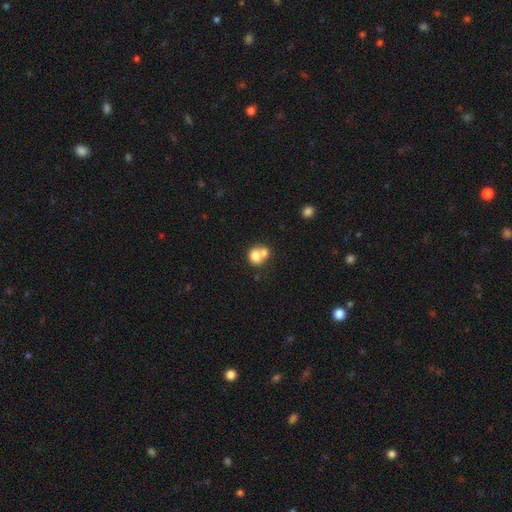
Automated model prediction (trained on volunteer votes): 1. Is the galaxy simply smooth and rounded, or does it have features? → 73% smooth, 17% featured or disk, 9% star or artifact.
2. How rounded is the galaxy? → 73% round, 27% in between, 1% cigar-shaped.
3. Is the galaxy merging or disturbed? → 60% merger, 29% none, 7% minor disturbance, 3% major disturbance.